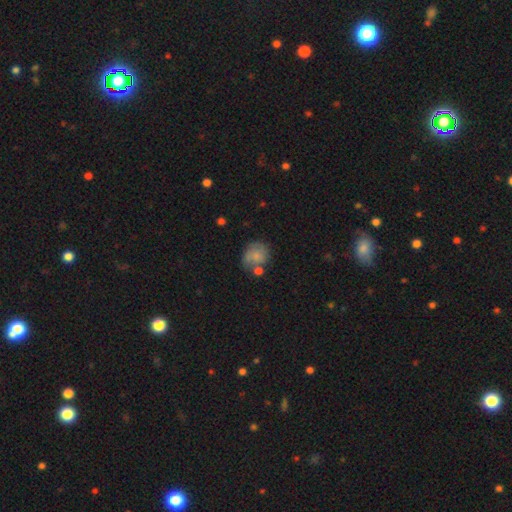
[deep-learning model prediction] Overall: smooth (58%; featured or disk 33%). How rounded: round (72%). Merging: none (50%; minor disturbance 22%).